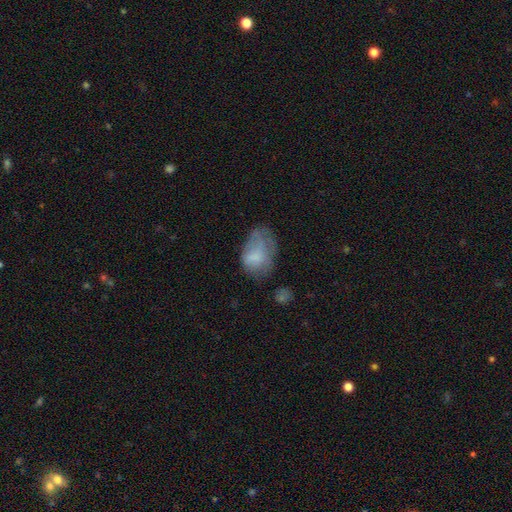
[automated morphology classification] Smooth or featured: smooth — 67% (featured or disk — 23%)
How rounded: in between — 84% (round — 15%)
Merging: none — 34% (minor disturbance — 33%)